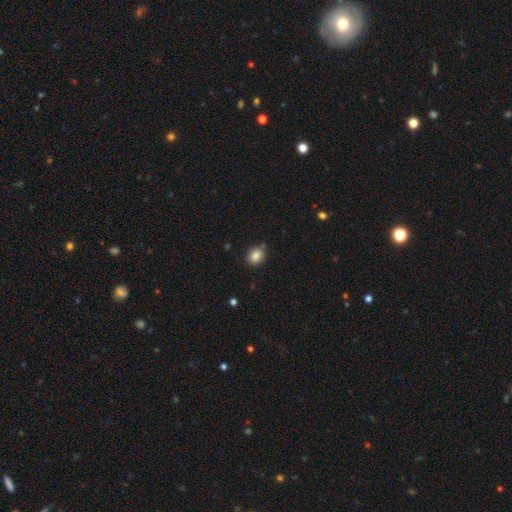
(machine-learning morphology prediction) Smooth or featured? Predicted: smooth (p=0.84). How rounded? Predicted: round (p=0.63). Merging? Predicted: none (p=0.80).